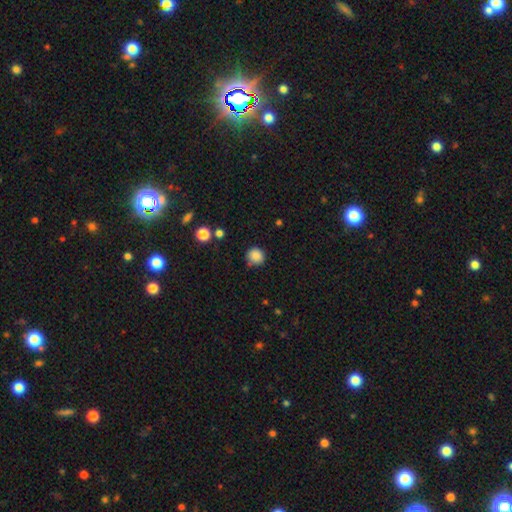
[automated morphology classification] smooth_or_featured: smooth (p=0.86) [alt: star or artifact p=0.10]
how_rounded: round (p=0.89) [alt: in between p=0.10]
merging: none (p=0.80) [alt: minor disturbance p=0.12]